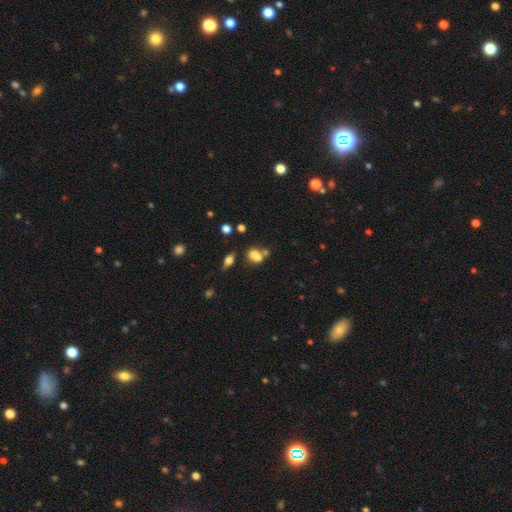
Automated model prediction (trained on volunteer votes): The model was most divided on "merging": none: 41%, merger: 37%, minor disturbance: 15%, major disturbance: 7%. More confident: smooth or featured — smooth (73%); how rounded — in between (70%).